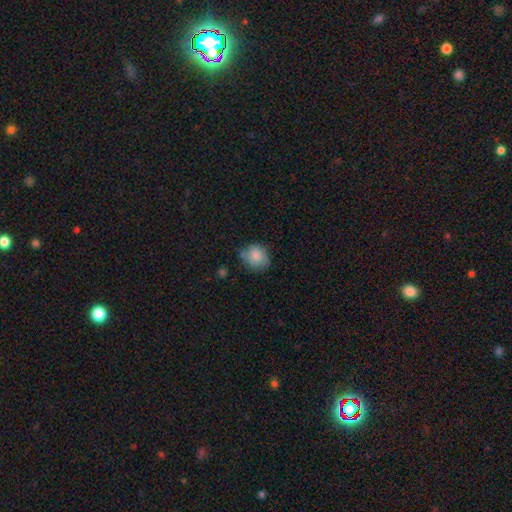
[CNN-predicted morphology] Smooth or featured? Predicted: smooth (p=0.82). How rounded? Predicted: round (p=0.64). Merging? Predicted: none (p=0.61).